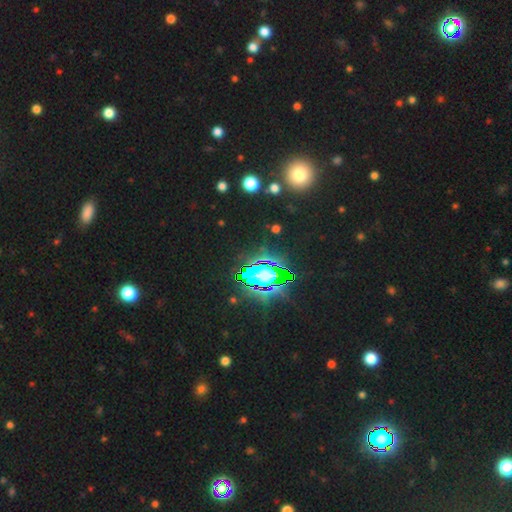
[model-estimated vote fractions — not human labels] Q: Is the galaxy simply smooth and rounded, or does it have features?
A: star or artifact — 81%.